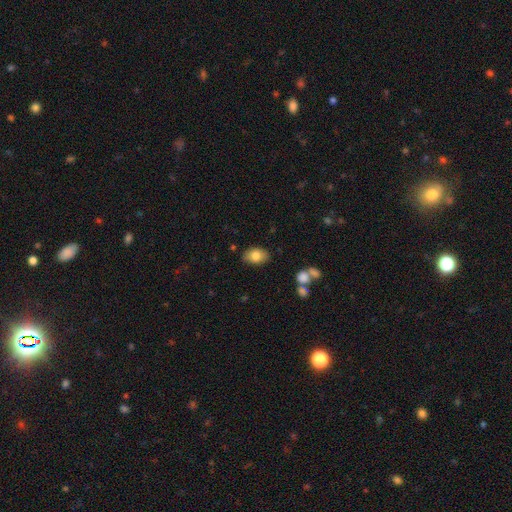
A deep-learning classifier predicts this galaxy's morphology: Q: Smooth or featured?
A: smooth (79%); runner-up: featured or disk (13%)
Q: How rounded?
A: in between (86%); runner-up: round (13%)
Q: Merging?
A: none (82%); runner-up: minor disturbance (13%)